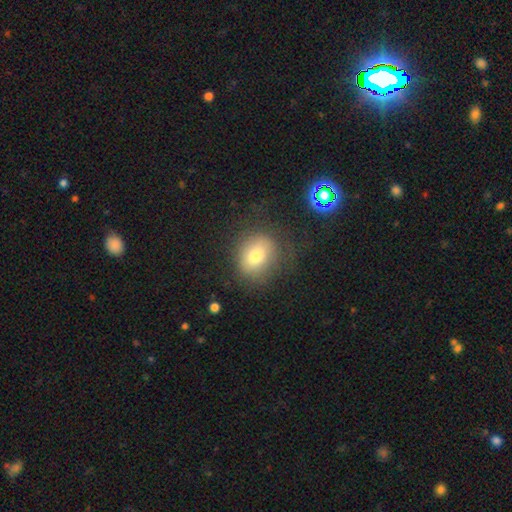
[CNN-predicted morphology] type=smooth (74%); roundness=round (58%); merging=none (69%).